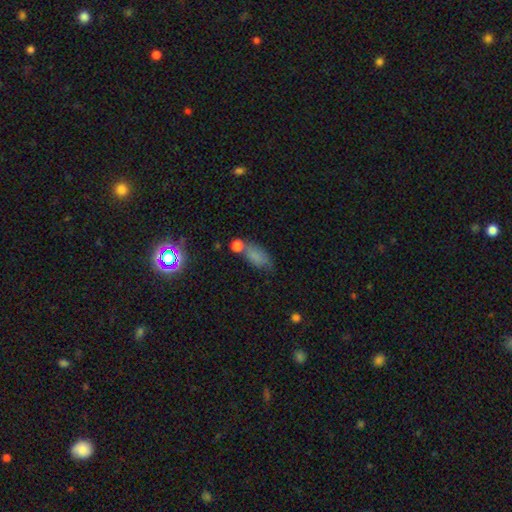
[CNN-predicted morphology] A smooth galaxy with no disk features (76%) that is in between round and cigar-shaped (85%).

Vote fractions:
- Smooth or featured? smooth: 76% / star or artifact: 13% / featured or disk: 11%
- How rounded? in between: 85% / cigar-shaped: 9% / round: 6%
- Merging? none: 50% / minor disturbance: 21% / merger: 21% / major disturbance: 8%